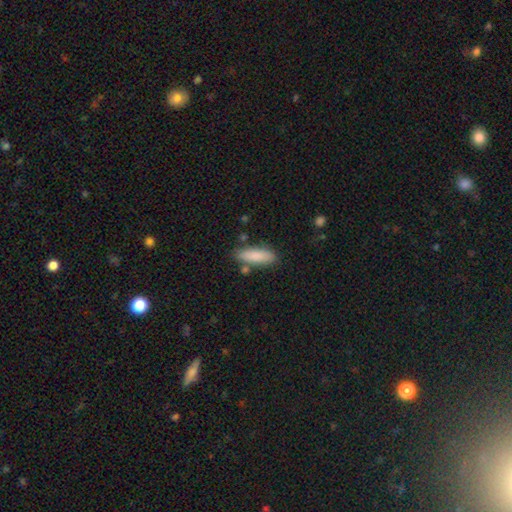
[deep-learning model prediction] Smooth or featured?
  - smooth: 86% *
  - featured or disk: 8%
  - star or artifact: 6%
How rounded?
  - in between: 51% *
  - cigar-shaped: 47%
  - round: 2%
Merging?
  - none: 77% *
  - minor disturbance: 14%
  - merger: 6%
  - major disturbance: 3%